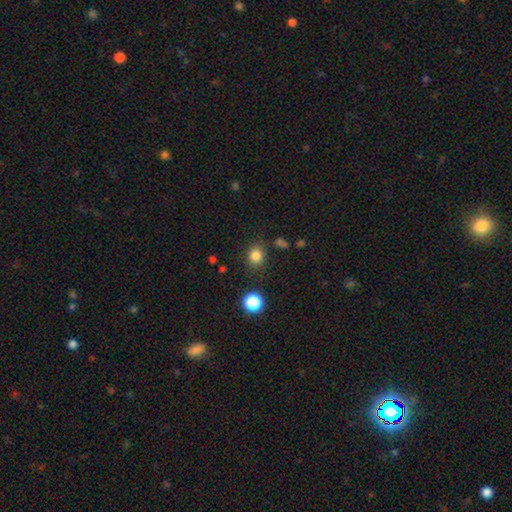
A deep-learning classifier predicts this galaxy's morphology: This appears to be a smooth galaxy with no disk features (83%) that is round (82%). Merging: none (82%).